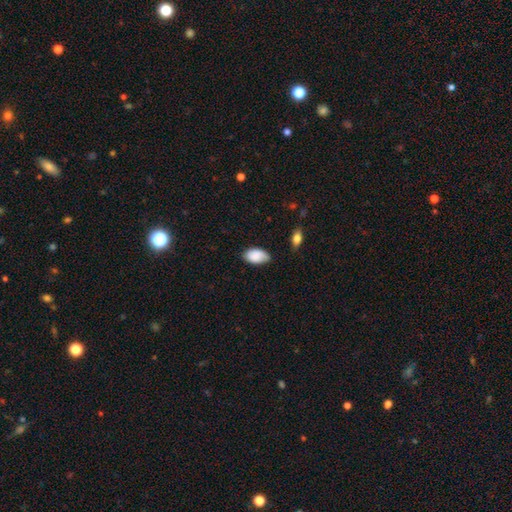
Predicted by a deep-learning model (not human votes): Q: Smooth or featured?
A: smooth (86%); runner-up: featured or disk (7%)
Q: How rounded?
A: in between (93%); runner-up: round (6%)
Q: Merging?
A: none (63%); runner-up: minor disturbance (30%)